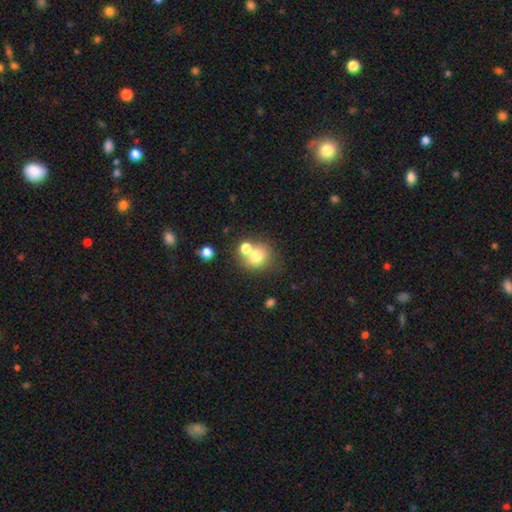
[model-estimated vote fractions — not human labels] This appears to be a smooth galaxy with no disk features (73%) that is round (80%). Merging: none (51%).